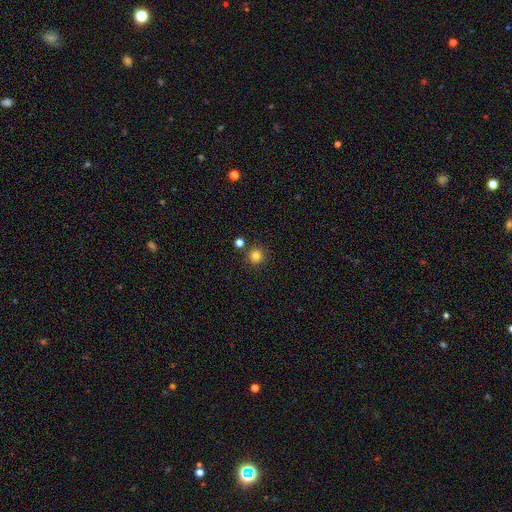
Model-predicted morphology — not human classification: The model was most divided on "smooth or featured": smooth: 81%, star or artifact: 13%, featured or disk: 5%. More confident: how rounded — round (94%); merging — none (85%).